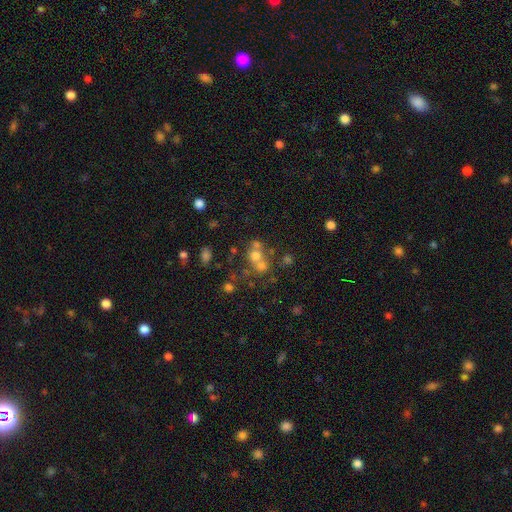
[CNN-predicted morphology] smooth-or-featured: smooth: 47% | star or artifact: 28% | featured or disk: 25%
  merging: merger: 45% | none: 41% | minor disturbance: 8% | major disturbance: 6%